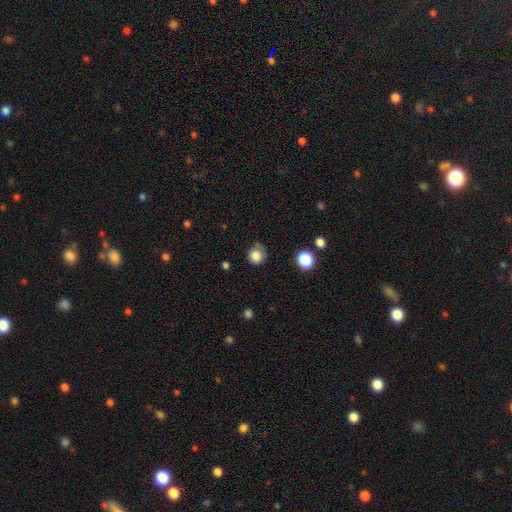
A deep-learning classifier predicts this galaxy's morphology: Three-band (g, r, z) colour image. It shows a smooth galaxy with no disk features (81%) that is round (84%). Merging: none (61%).